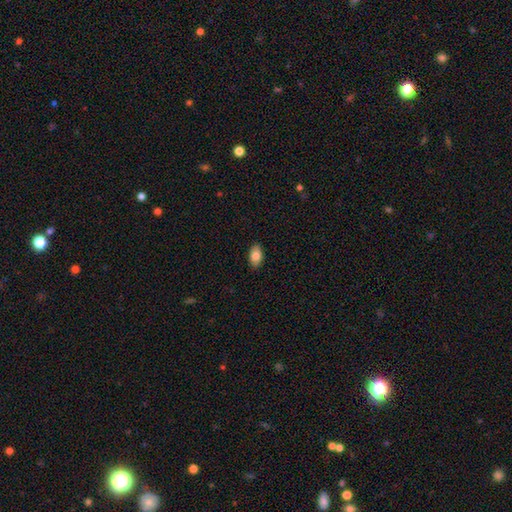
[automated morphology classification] A smooth galaxy with no disk features (83%) that is in between round and cigar-shaped (92%).

Vote fractions:
- Smooth or featured? smooth: 83% / featured or disk: 9% / star or artifact: 7%
- How rounded? in between: 92% / round: 5% / cigar-shaped: 2%
- Merging? none: 88% / minor disturbance: 9% / major disturbance: 2% / merger: 1%